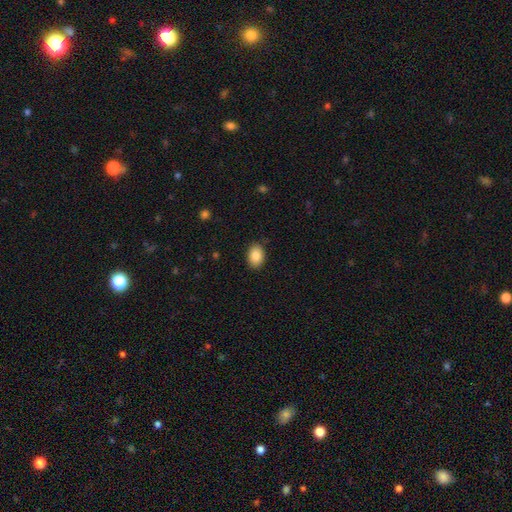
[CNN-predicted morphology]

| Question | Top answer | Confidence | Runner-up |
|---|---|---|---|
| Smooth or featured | smooth | 86% | star or artifact (7%) |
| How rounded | in between | 79% | round (20%) |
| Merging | none | 87% | minor disturbance (10%) |